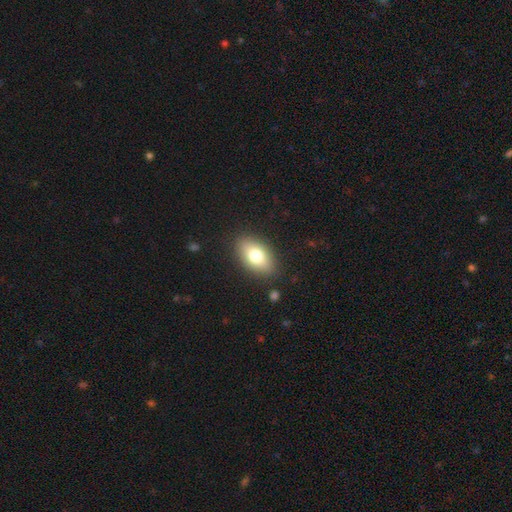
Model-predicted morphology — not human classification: smooth-or-featured: smooth: 76% | featured or disk: 16% | star or artifact: 8%
  how-rounded: in between: 90% | round: 7% | cigar-shaped: 3%
  merging: none: 86% | minor disturbance: 10% | major disturbance: 3% | merger: 1%